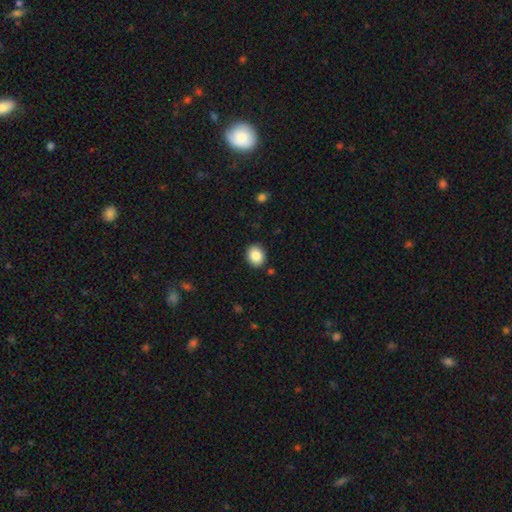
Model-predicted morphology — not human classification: type=smooth (86%); roundness=round (59%); merging=none (89%).